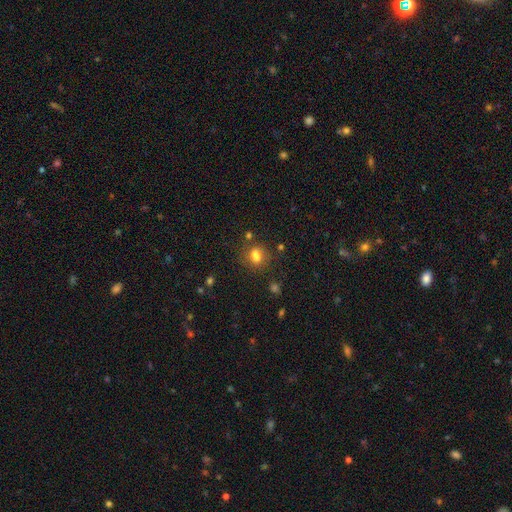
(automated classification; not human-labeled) Q: Smooth or featured?
A: smooth (75%); runner-up: star or artifact (15%)
Q: How rounded?
A: in between (54%); runner-up: round (44%)
Q: Merging?
A: none (59%); runner-up: merger (20%)